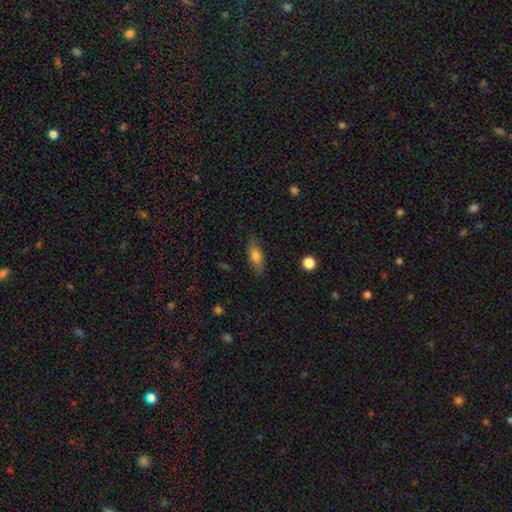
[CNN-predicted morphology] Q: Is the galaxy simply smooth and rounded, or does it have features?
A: smooth — 76%.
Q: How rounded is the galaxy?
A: in between — 77%.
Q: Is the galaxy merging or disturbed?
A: none — 78%.